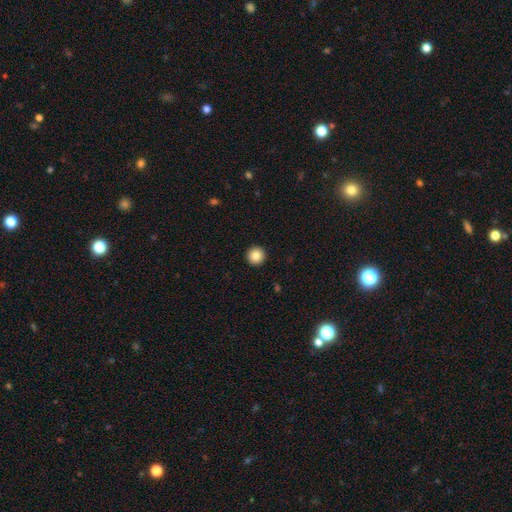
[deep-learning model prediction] smooth-or-featured: smooth: 84% | star or artifact: 9% | featured or disk: 6%
  how-rounded: round: 96% | in between: 3% | cigar-shaped: 1%
  merging: none: 94% | minor disturbance: 4% | major disturbance: 1% | merger: 1%